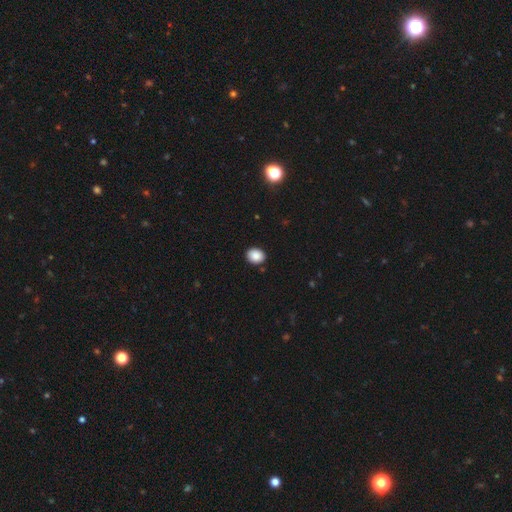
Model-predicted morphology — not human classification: smooth 89%, star or artifact 8%, featured or disk 3%. Down the decision tree: how rounded — round (53%); merging — none (90%).